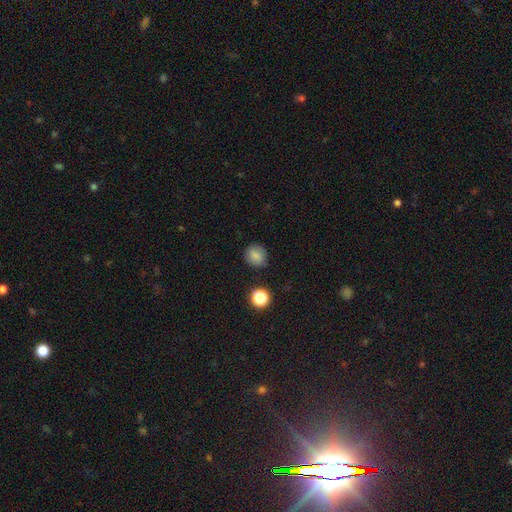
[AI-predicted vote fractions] A smooth galaxy with no disk features (83%) that is round (84%). Merging: none (83%).